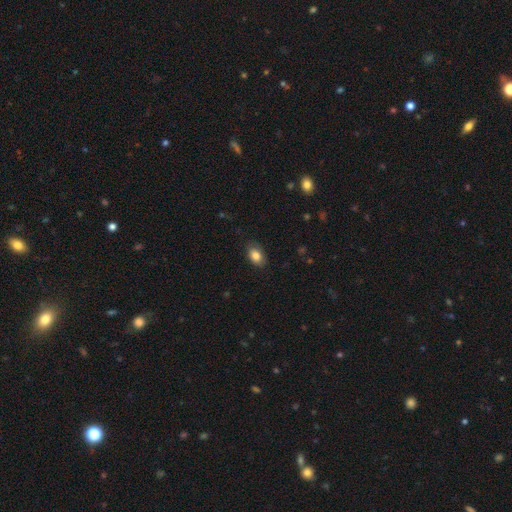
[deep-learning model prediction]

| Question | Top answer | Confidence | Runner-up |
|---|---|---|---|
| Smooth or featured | smooth | 84% | featured or disk (8%) |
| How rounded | in between | 88% | round (11%) |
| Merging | none | 84% | minor disturbance (12%) |